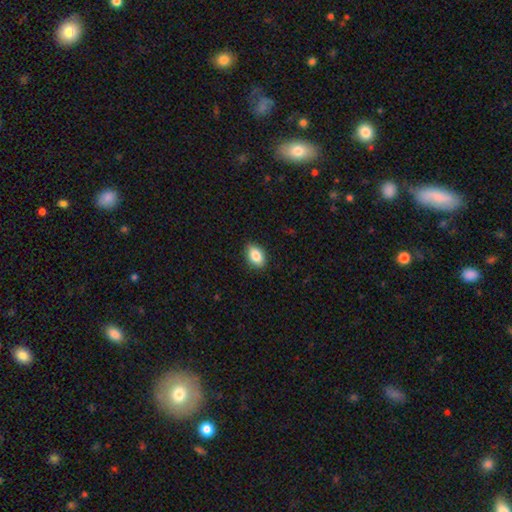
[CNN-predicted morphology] Smooth or featured? Predicted: smooth (p=0.86). How rounded? Predicted: in between (p=0.88). Merging? Predicted: none (p=0.87).